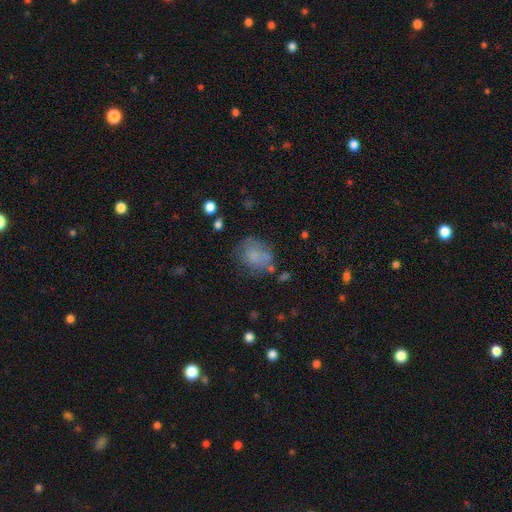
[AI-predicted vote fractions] smooth_or_featured: smooth (p=0.68) [alt: featured or disk p=0.20]
how_rounded: round (p=0.56) [alt: in between p=0.43]
merging: none (p=0.52) [alt: minor disturbance p=0.24]